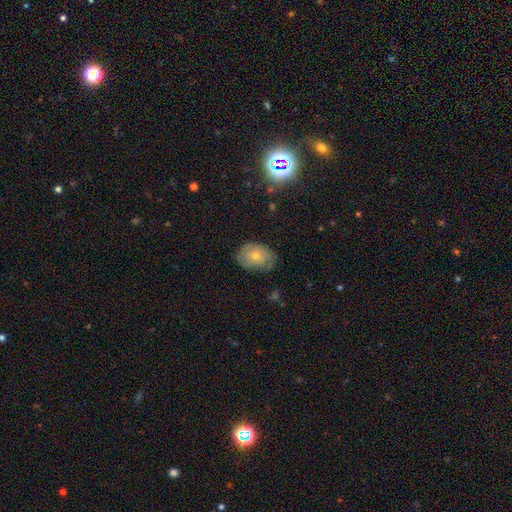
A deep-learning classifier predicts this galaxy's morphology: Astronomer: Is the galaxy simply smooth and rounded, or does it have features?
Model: smooth — 43% (runner-up: featured or disk, 40%).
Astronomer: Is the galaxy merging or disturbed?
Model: none — 70%.